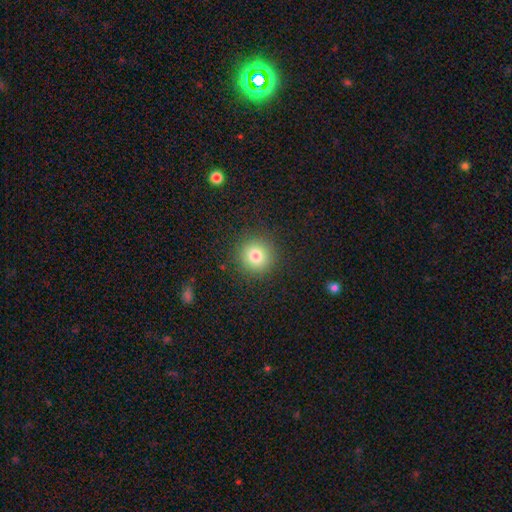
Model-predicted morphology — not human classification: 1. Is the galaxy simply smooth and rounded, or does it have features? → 80% smooth, 12% star or artifact, 8% featured or disk.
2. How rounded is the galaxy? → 94% round, 5% in between, 1% cigar-shaped.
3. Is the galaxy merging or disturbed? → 90% none, 6% minor disturbance, 3% major disturbance, 1% merger.